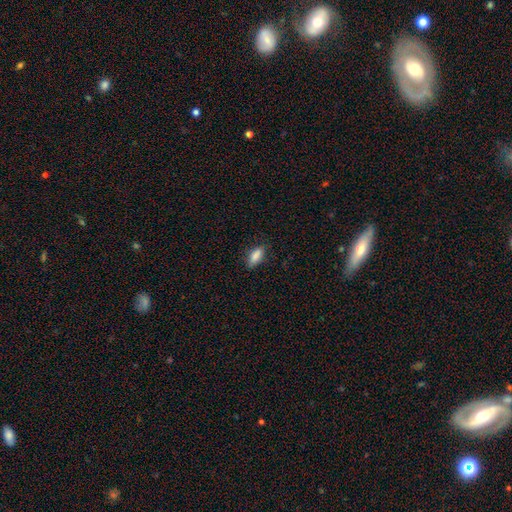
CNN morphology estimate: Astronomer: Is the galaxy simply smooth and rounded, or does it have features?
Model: smooth — 87%.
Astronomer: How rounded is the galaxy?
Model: in between — 81%.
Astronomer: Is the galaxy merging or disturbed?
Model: none — 80%.